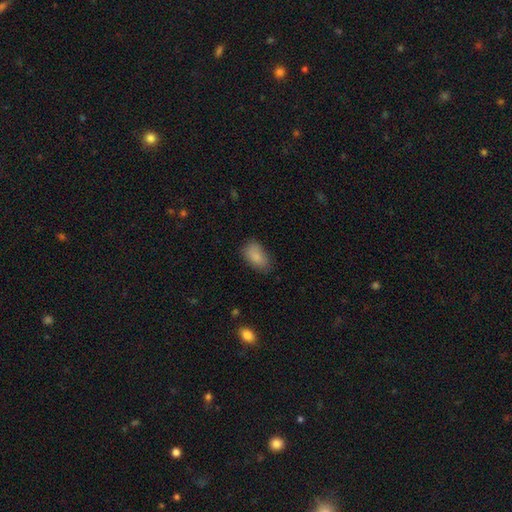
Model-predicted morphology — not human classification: This appears to be a smooth galaxy with no disk features (86%) that is in between round and cigar-shaped (92%). Merging: none (73%).